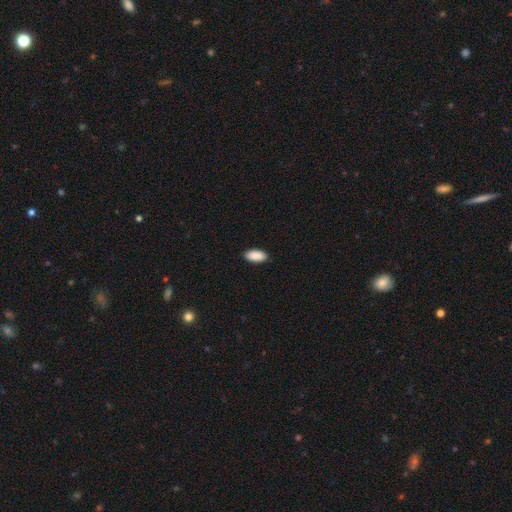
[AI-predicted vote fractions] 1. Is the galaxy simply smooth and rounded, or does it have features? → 91% smooth, 6% star or artifact, 3% featured or disk.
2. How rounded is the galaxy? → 93% in between, 5% cigar-shaped, 2% round.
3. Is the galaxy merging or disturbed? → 89% none, 8% minor disturbance, 2% major disturbance, 1% merger.